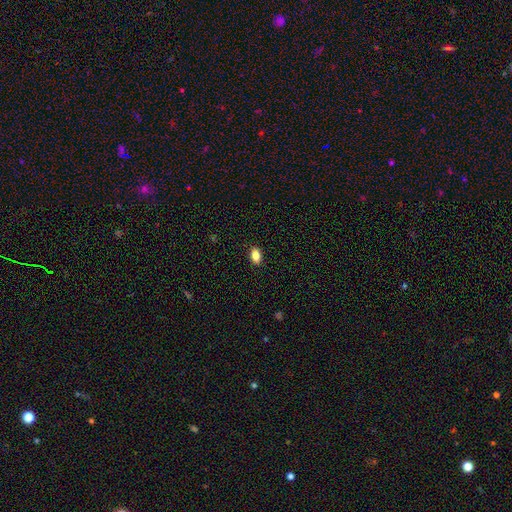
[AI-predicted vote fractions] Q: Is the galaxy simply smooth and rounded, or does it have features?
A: smooth — 86%.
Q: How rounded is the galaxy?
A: in between — 89%.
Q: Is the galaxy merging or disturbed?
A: none — 89%.